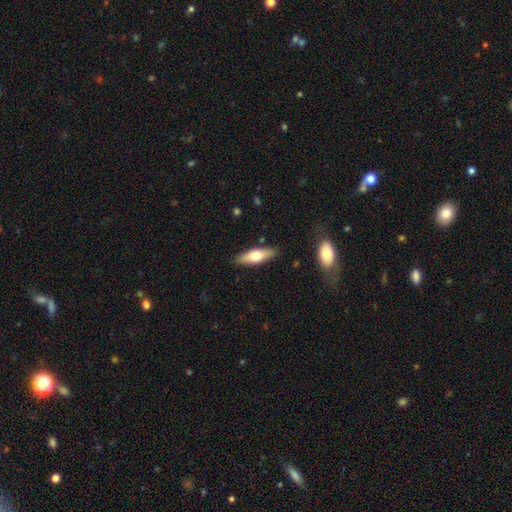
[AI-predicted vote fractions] Overall: smooth (59%; featured or disk 36%). How rounded: in between (55%; cigar-shaped 43%). Merging: none (86%).